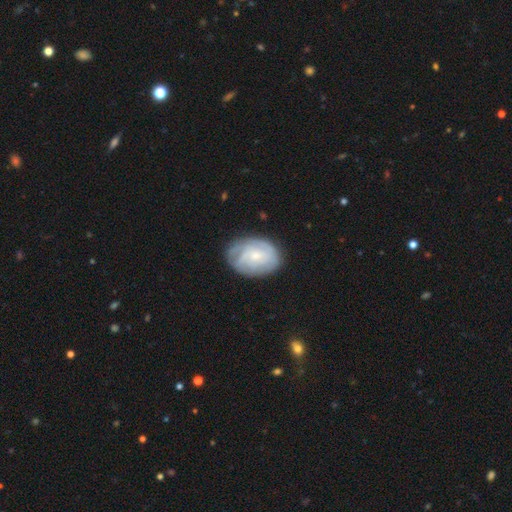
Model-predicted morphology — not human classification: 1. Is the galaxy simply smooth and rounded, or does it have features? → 65% featured or disk, 29% smooth, 6% star or artifact.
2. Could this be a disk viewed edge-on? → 97% no, 3% yes.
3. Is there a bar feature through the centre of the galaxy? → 69% no, 27% weak, 4% strong.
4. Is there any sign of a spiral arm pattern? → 86% yes, 14% no.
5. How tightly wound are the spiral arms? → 58% tight, 31% medium, 11% loose.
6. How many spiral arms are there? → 47% can't tell, 18% 3, 17% 2, 10% 4, 5% 1, 5% more than 4.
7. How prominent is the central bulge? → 68% small, 26% moderate, 4% none, 2% large, 1% dominant.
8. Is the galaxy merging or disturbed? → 69% none, 22% minor disturbance, 8% major disturbance, 1% merger.